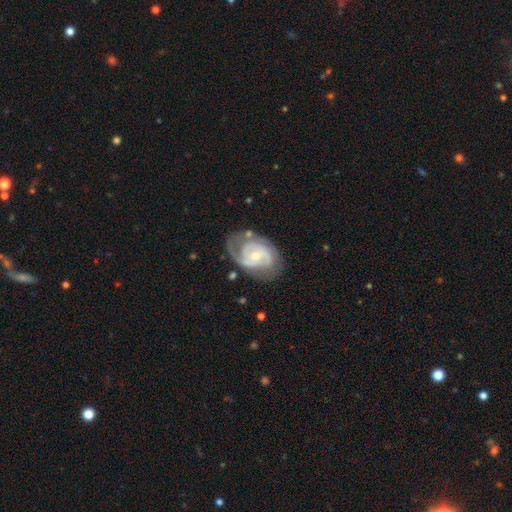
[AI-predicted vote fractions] Smooth or featured?
  - featured or disk: 84% *
  - smooth: 11%
  - star or artifact: 5%
Edge-on disk?
  - no: 97% *
  - yes: 3%
Bar?
  - no: 54% *
  - weak: 37%
  - strong: 8%
Spiral arms?
  - yes: 94% *
  - no: 6%
Spiral winding?
  - medium: 44% *
  - tight: 43%
  - loose: 13%
Spiral arm count?
  - 2: 59% *
  - can't tell: 17%
  - 3: 13%
  - 1: 7%
  - 4: 3%
  - more than 4: 2%
Bulge size?
  - small: 61% *
  - moderate: 35%
  - large: 2%
  - none: 1%
  - dominant: 1%
Merging?
  - none: 59% *
  - minor disturbance: 23%
  - major disturbance: 14%
  - merger: 4%